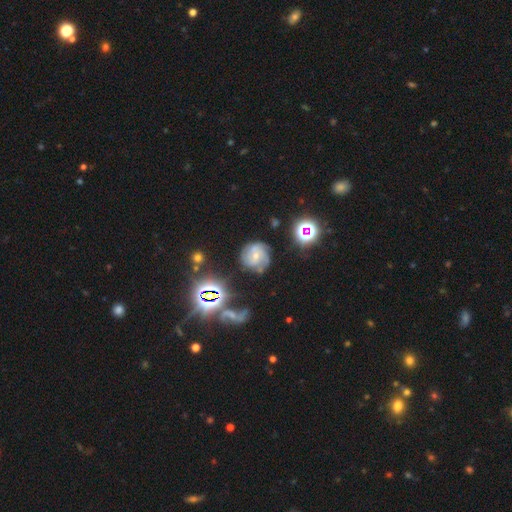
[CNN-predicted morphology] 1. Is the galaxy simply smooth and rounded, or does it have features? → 70% featured or disk, 17% smooth, 13% star or artifact.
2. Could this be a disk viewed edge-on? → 98% no, 2% yes.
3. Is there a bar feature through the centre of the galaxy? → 60% no, 32% weak, 8% strong.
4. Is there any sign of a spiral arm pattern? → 92% yes, 8% no.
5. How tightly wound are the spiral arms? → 47% tight, 40% medium, 13% loose.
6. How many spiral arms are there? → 40% 3, 21% can't tell, 18% 2, 13% 4, 4% 1, 4% more than 4.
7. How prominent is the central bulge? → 62% small, 34% moderate, 2% none, 1% large, 1% dominant.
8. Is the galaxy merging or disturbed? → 64% none, 21% minor disturbance, 10% major disturbance, 4% merger.